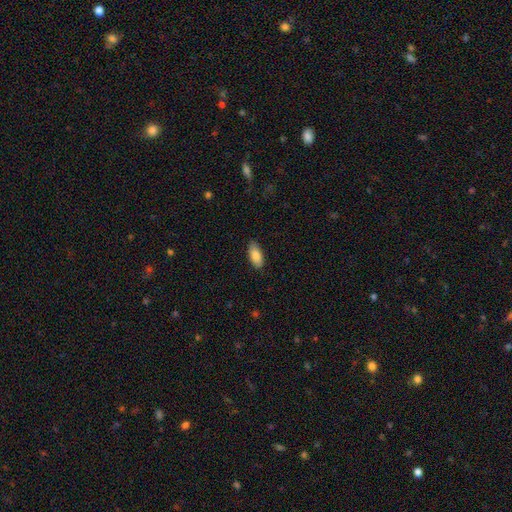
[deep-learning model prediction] Smooth or featured: smooth — 86% (featured or disk — 9%)
How rounded: in between — 87% (cigar-shaped — 11%)
Merging: none — 87% (minor disturbance — 10%)